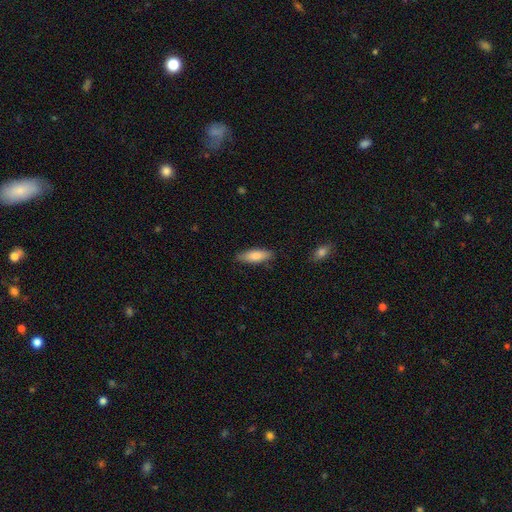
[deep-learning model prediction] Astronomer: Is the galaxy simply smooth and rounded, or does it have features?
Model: smooth — 80%.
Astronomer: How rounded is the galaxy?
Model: in between — 57% (runner-up: cigar-shaped, 41%).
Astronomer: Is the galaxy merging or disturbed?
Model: none — 85%.